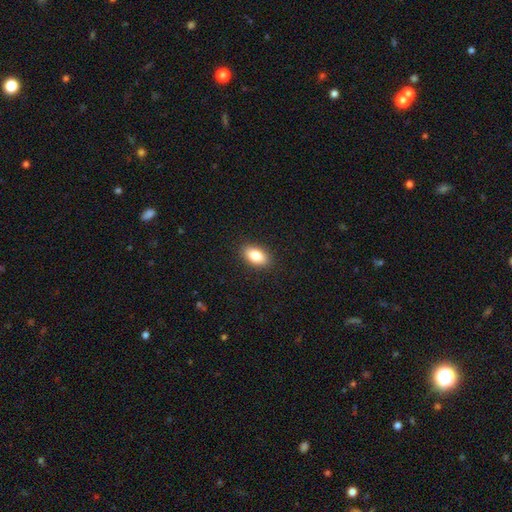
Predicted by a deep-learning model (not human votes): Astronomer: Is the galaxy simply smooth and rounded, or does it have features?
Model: smooth — 83%.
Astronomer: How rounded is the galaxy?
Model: in between — 90%.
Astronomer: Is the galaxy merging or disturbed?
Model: none — 89%.